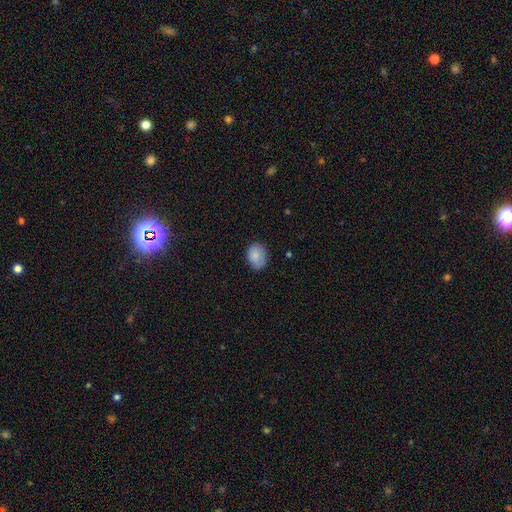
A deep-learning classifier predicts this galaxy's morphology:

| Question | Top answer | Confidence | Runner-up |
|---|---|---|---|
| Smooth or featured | smooth | 85% | featured or disk (8%) |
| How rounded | in between | 61% | round (38%) |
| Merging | none | 75% | minor disturbance (20%) |